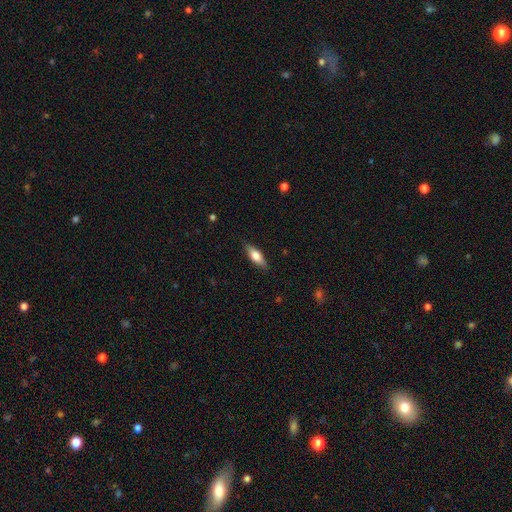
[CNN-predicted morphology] Smooth or featured?
  - smooth: 68% *
  - featured or disk: 26%
  - star or artifact: 6%
How rounded?
  - in between: 62% *
  - cigar-shaped: 36%
  - round: 2%
Merging?
  - none: 85% *
  - minor disturbance: 12%
  - major disturbance: 2%
  - merger: 1%